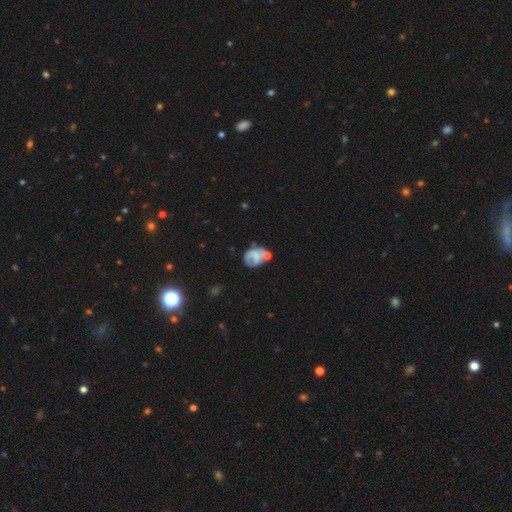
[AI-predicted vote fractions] Smooth or featured: smooth — 48% (featured or disk — 42%)
Merging: none — 35% (minor disturbance — 24%)